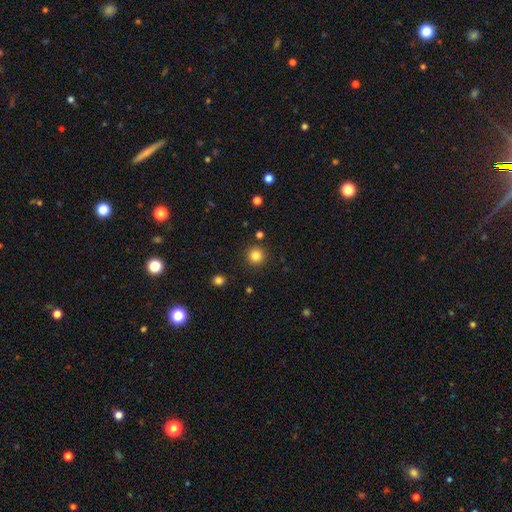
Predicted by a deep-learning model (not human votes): Smooth or featured?
  - smooth: 83% *
  - star or artifact: 12%
  - featured or disk: 5%
How rounded?
  - round: 95% *
  - in between: 4%
  - cigar-shaped: 1%
Merging?
  - none: 90% *
  - minor disturbance: 5%
  - merger: 2%
  - major disturbance: 2%